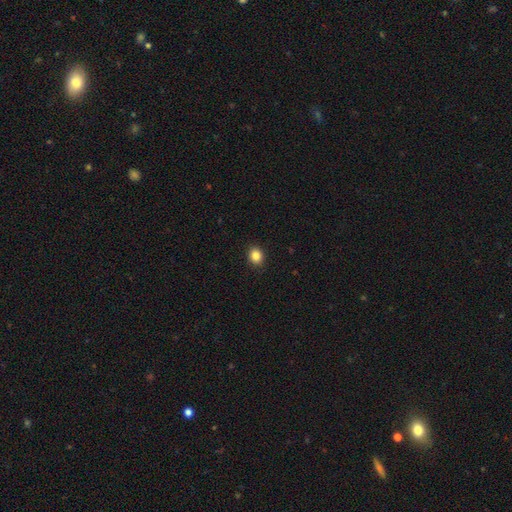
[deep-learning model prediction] Smooth or featured: smooth — 86% (star or artifact — 10%)
How rounded: round — 53% (in between — 46%)
Merging: none — 91% (minor disturbance — 7%)